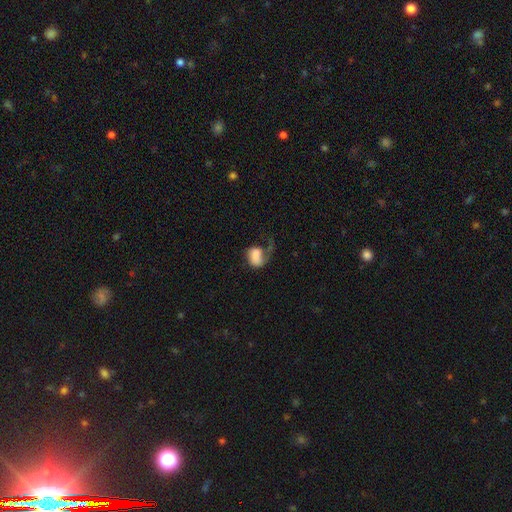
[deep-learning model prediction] A smooth galaxy with no disk features (65%) that is in between round and cigar-shaped (67%). Merging: major disturbance (52%).